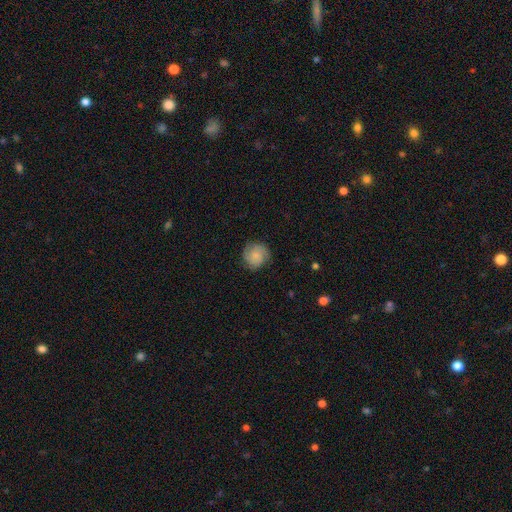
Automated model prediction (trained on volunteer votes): Morphology: type=smooth (56%); roundness=round (89%); merging=none (78%).